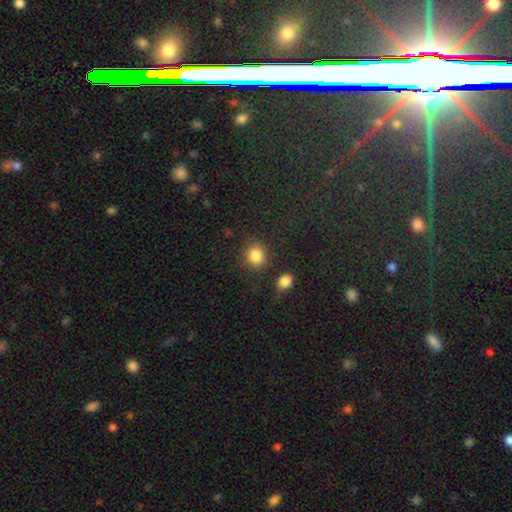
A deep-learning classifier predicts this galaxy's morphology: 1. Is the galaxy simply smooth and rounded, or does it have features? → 86% smooth, 10% star or artifact, 4% featured or disk.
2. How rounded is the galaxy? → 80% round, 19% in between, 1% cigar-shaped.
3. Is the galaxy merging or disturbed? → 82% none, 10% minor disturbance, 5% merger, 4% major disturbance.